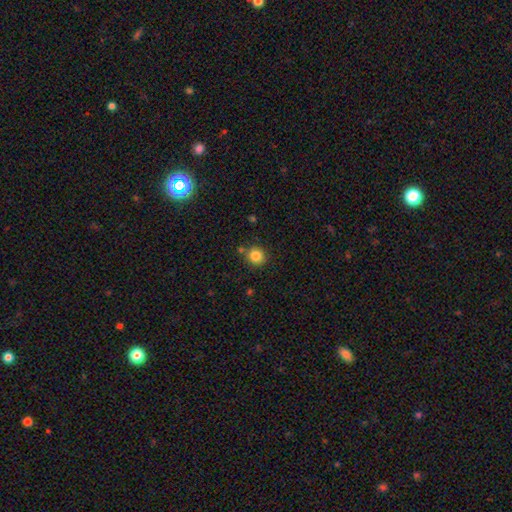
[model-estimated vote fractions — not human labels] Smooth or featured? smooth (83%)
How rounded? round (90%)
Merging? none (81%)